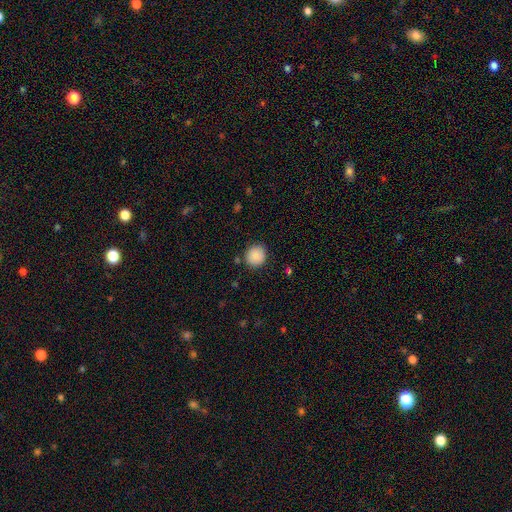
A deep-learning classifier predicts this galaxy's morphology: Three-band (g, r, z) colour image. It shows a smooth galaxy with no disk features (88%) that is round (90%). Merging: none (87%).